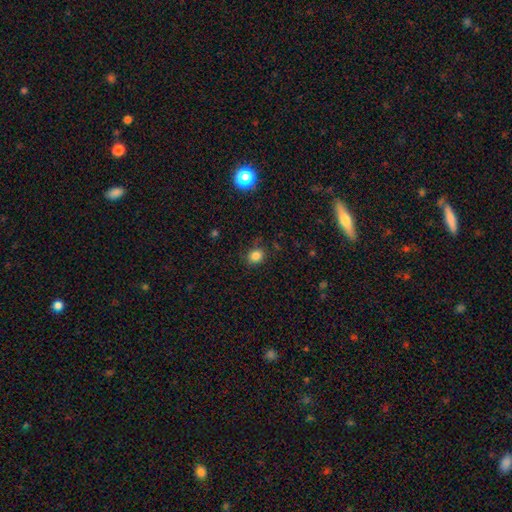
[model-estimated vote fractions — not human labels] Smooth or featured? Predicted: smooth (p=0.82). How rounded? Predicted: round (p=0.69). Merging? Predicted: none (p=0.79).